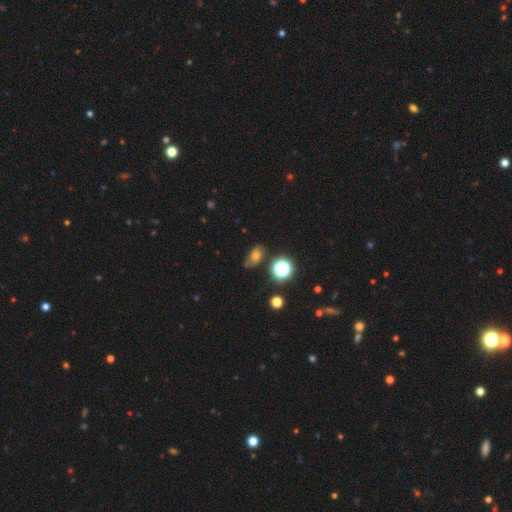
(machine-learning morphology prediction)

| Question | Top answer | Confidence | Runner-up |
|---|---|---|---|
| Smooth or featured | smooth | 47% | star or artifact (32%) |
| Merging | none | 62% | minor disturbance (24%) |